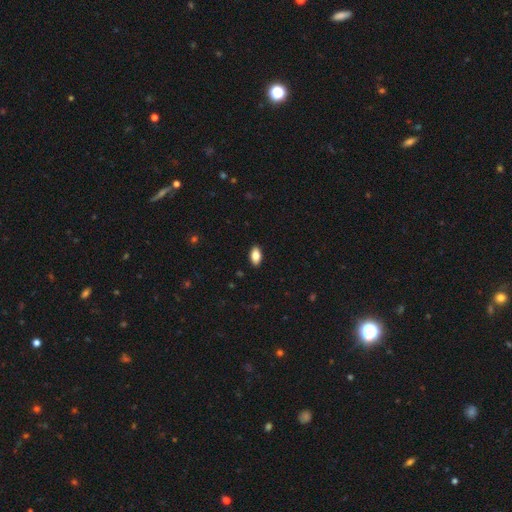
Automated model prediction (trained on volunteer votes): The model was most divided on "smooth or featured": smooth: 84%, featured or disk: 9%, star or artifact: 7%. More confident: how rounded — in between (92%); merging — none (90%).